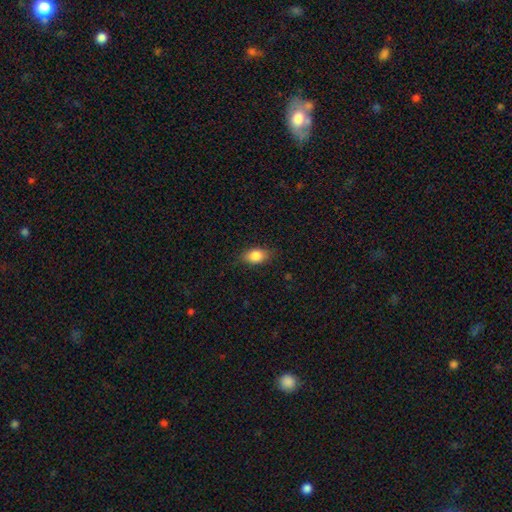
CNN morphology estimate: This appears to be a smooth galaxy with no disk features (85%) that is in between round and cigar-shaped (83%). Merging: none (82%).